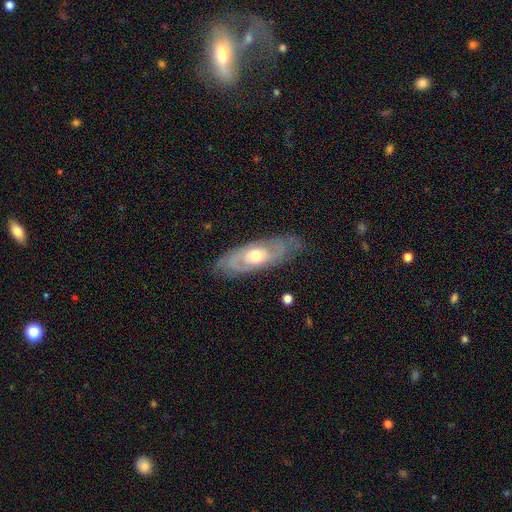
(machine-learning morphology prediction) A featured or disk galaxy (74%) with no bar (73%), 2 (52%) tight (53%) spiral arms (83%) and a moderate central bulge (69%).

Vote fractions:
- Smooth or featured? featured or disk: 74% / smooth: 20% / star or artifact: 5%
- Edge-on disk? no: 83% / yes: 17%
- Bar? no: 73% / weak: 23% / strong: 4%
- Spiral arms? yes: 83% / no: 17%
- Spiral winding? tight: 53% / medium: 35% / loose: 12%
- Spiral arm count? 2: 52% / can't tell: 33% / 3: 6% / 1: 4% / 4: 2% / more than 4: 2%
- Bulge size? moderate: 69% / small: 18% / large: 11% / none: 1% / dominant: 1%
- Merging? none: 76% / minor disturbance: 17% / major disturbance: 5% / merger: 1%